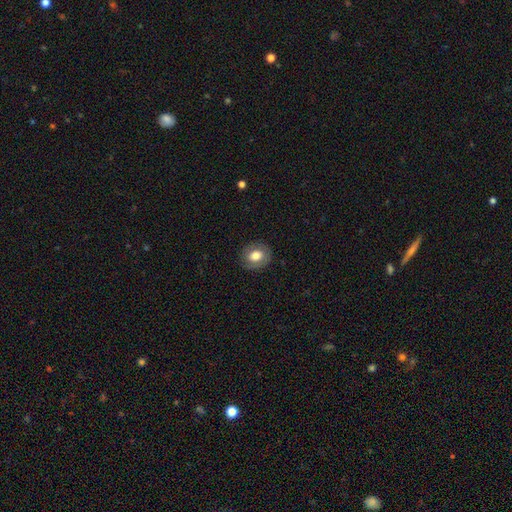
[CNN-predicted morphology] Q: Smooth or featured?
A: smooth (71%); runner-up: featured or disk (21%)
Q: How rounded?
A: round (60%); runner-up: in between (39%)
Q: Merging?
A: none (85%); runner-up: minor disturbance (10%)